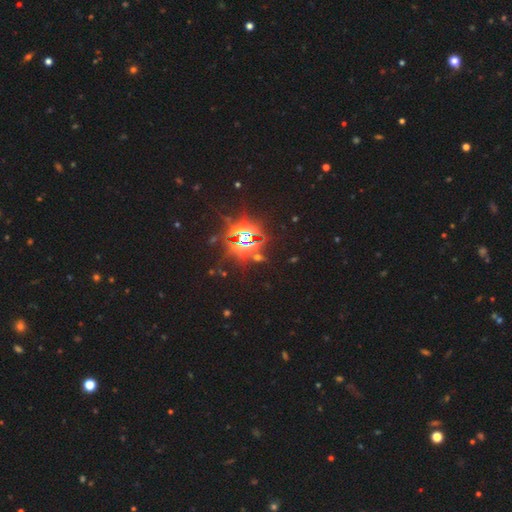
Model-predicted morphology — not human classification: Smooth or featured? Predicted: star or artifact (p=0.85).